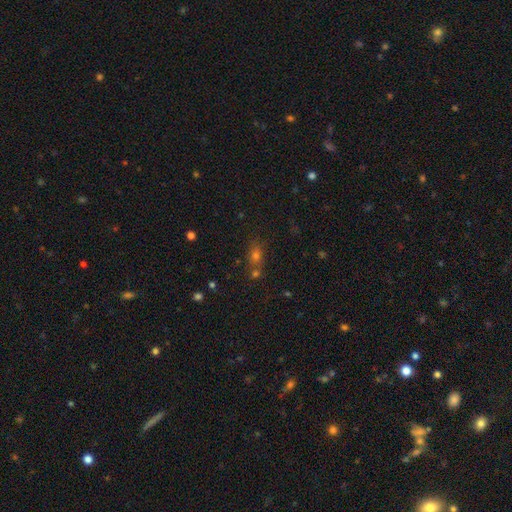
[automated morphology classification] Smooth or featured: smooth — 60% (star or artifact — 29%)
How rounded: in between — 49% (round — 46%)
Merging: none — 64% (merger — 20%)